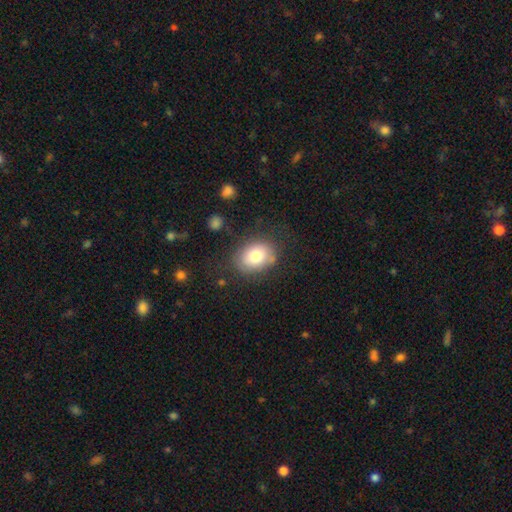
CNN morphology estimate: smooth-or-featured: smooth: 78% | featured or disk: 14% | star or artifact: 8%
  how-rounded: in between: 63% | round: 36% | cigar-shaped: 1%
  merging: none: 75% | minor disturbance: 16% | major disturbance: 6% | merger: 3%